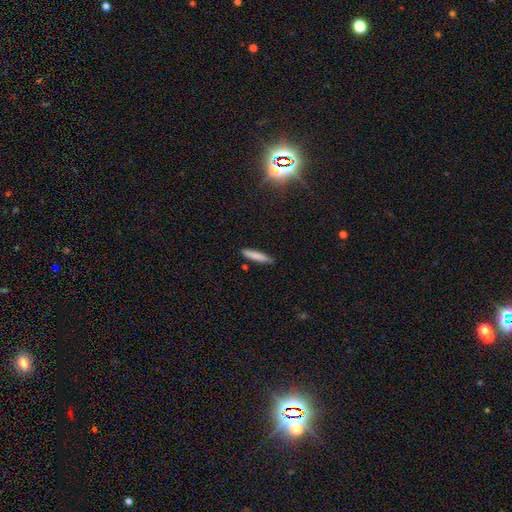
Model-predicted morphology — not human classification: smooth 82%, featured or disk 11%, star or artifact 7%. Down the decision tree: how rounded — cigar-shaped (86%); merging — none (82%).